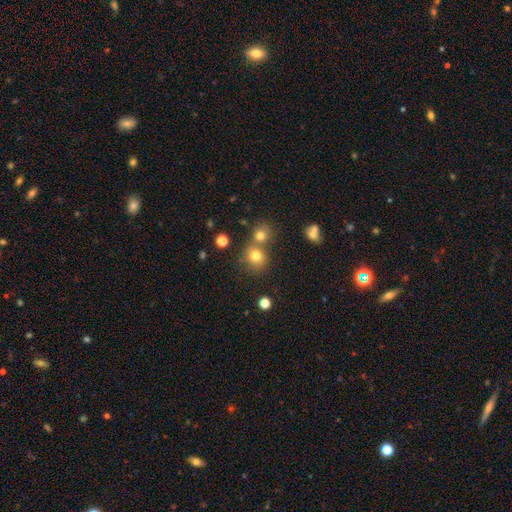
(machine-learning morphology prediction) smooth-or-featured: smooth: 76% | star or artifact: 15% | featured or disk: 9%
  how-rounded: round: 82% | in between: 17% | cigar-shaped: 1%
  merging: none: 55% | merger: 33% | minor disturbance: 9% | major disturbance: 4%